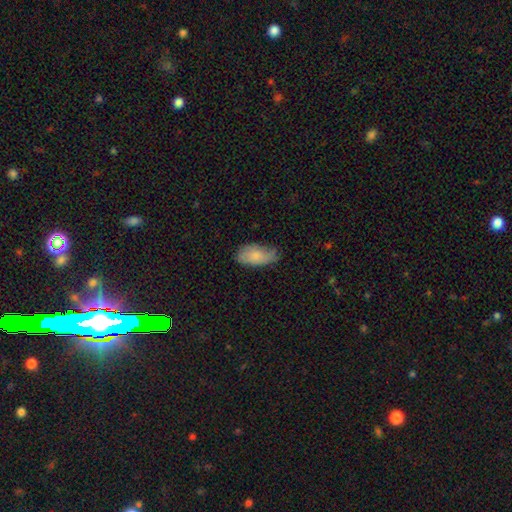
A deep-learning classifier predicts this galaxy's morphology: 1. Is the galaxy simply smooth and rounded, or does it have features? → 80% smooth, 14% featured or disk, 6% star or artifact.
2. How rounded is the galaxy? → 93% in between, 5% cigar-shaped, 3% round.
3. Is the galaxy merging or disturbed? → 58% none, 34% minor disturbance, 7% major disturbance, 1% merger.